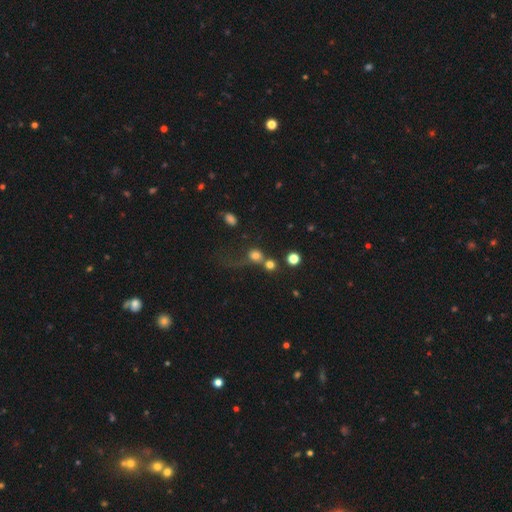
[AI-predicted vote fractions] Overall: smooth (70%). How rounded: round (83%). Merging: none (37%; merger 36%).